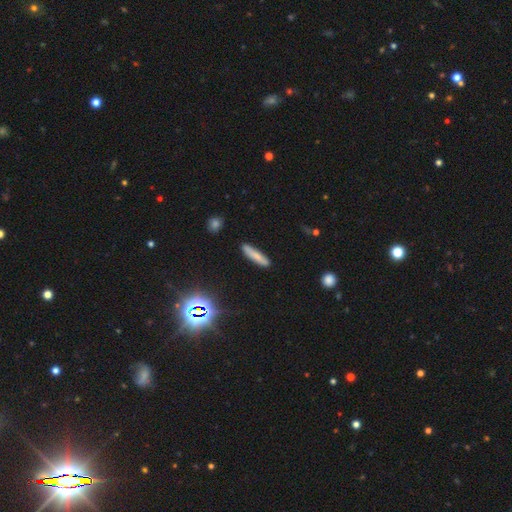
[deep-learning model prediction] The model was most divided on "smooth or featured": smooth: 75%, featured or disk: 16%, star or artifact: 10%. More confident: merging — none (87%); how rounded — cigar-shaped (87%).